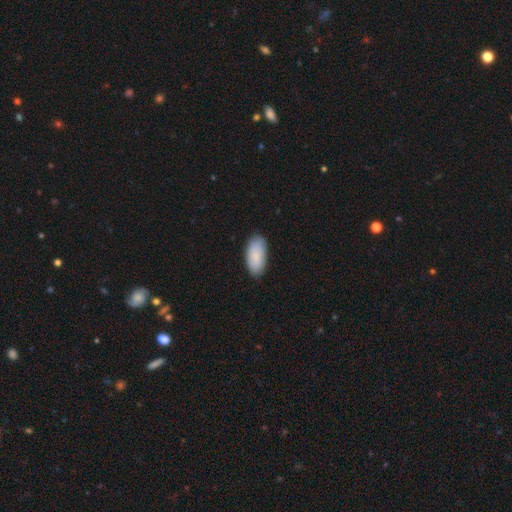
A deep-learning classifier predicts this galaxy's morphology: smooth_or_featured: smooth (p=0.85) [alt: featured or disk p=0.09]
how_rounded: in between (p=0.93) [alt: cigar-shaped p=0.05]
merging: none (p=0.84) [alt: minor disturbance p=0.13]